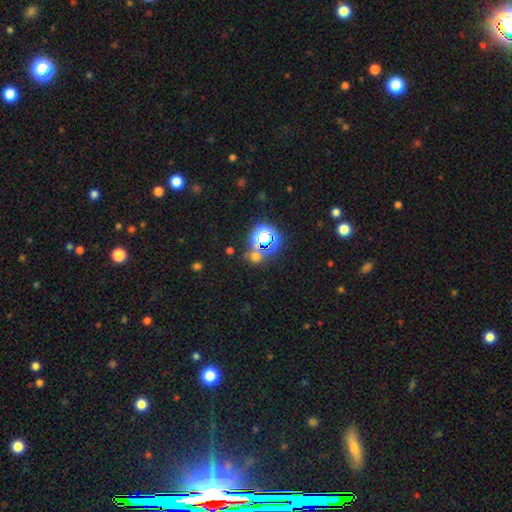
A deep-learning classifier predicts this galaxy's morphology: Overall: star or artifact (48%; smooth 44%).